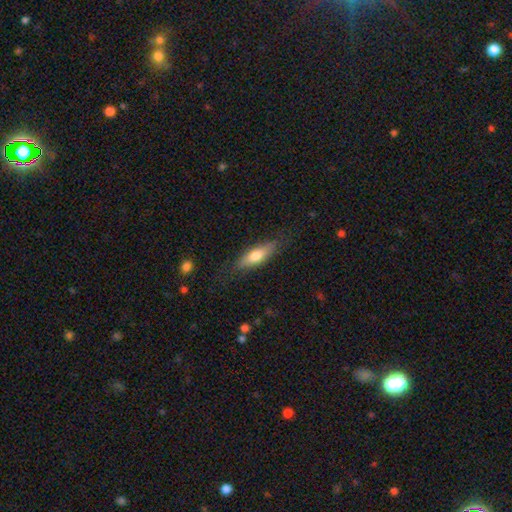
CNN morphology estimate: Overall: smooth (67%). How rounded: cigar-shaped (50%; in between 47%). Merging: none (80%).